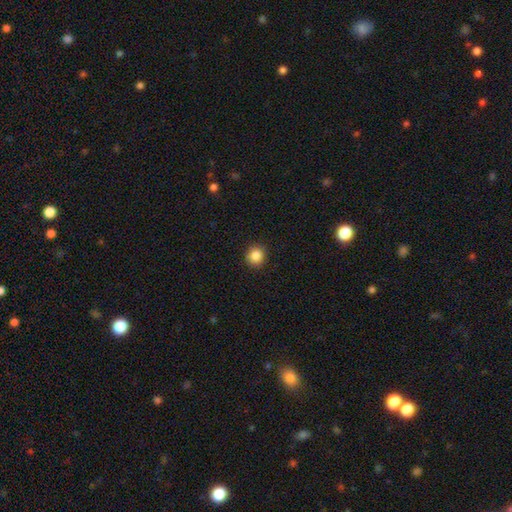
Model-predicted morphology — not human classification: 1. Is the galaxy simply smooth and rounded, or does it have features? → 86% smooth, 10% star or artifact, 4% featured or disk.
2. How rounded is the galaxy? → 89% round, 10% in between, 1% cigar-shaped.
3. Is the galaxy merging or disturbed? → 91% none, 6% minor disturbance, 2% major disturbance, 1% merger.